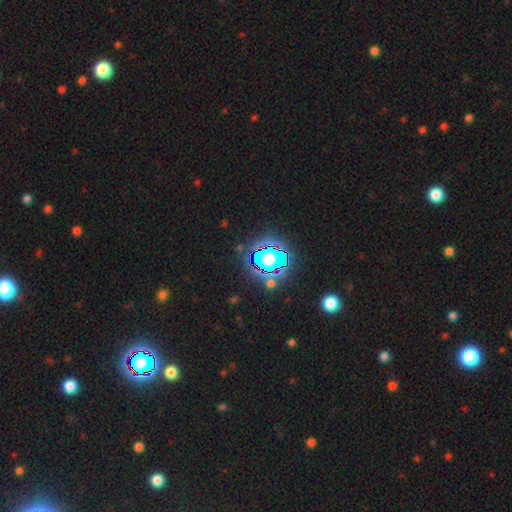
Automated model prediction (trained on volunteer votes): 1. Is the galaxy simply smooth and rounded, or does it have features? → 81% star or artifact, 12% smooth, 7% featured or disk.